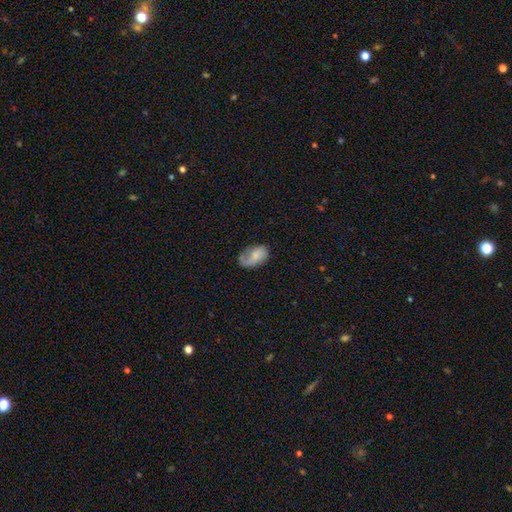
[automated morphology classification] Smooth or featured: smooth — 60% (featured or disk — 33%)
How rounded: in between — 89% (round — 9%)
Merging: none — 50% (minor disturbance — 30%)